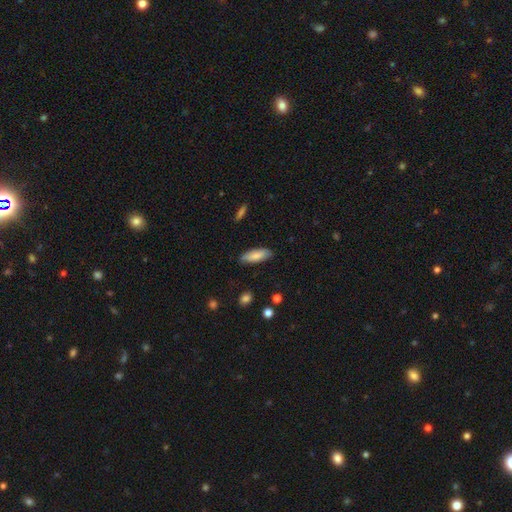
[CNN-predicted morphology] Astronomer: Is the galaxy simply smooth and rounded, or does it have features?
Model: smooth — 82%.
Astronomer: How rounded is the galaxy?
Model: in between — 62% (runner-up: cigar-shaped, 37%).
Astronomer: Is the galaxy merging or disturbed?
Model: none — 84%.